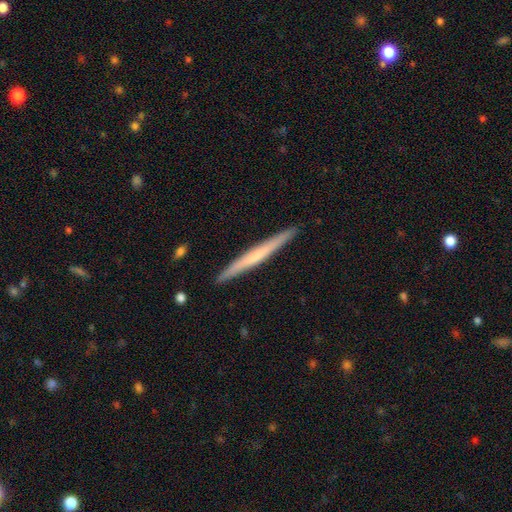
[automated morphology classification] This appears to be a featured or disk galaxy (49%). Merging: none (92%).